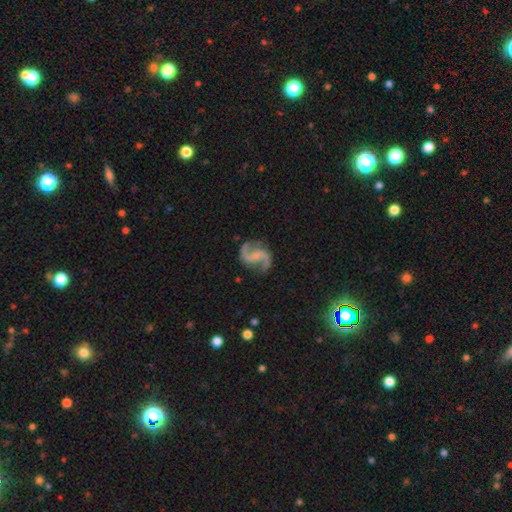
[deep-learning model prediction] smooth-or-featured: featured or disk: 92% | star or artifact: 4% | smooth: 4%
  disk-edge-on: no: 98% | yes: 2%
    bar: no: 46% | weak: 39% | strong: 15%
    has-spiral-arms: yes: 98% | no: 2%
      spiral-winding: medium: 46% | loose: 45% | tight: 9%
      spiral-arm-count: 2: 94% | can't tell: 1% | 3: 1% | 1: 1% | 4: 1% | more than 4: 1%
    bulge-size: small: 51% | none: 33% | moderate: 14% | large: 1% | dominant: 1%
  merging: none: 80% | minor disturbance: 13% | major disturbance: 5% | merger: 2%